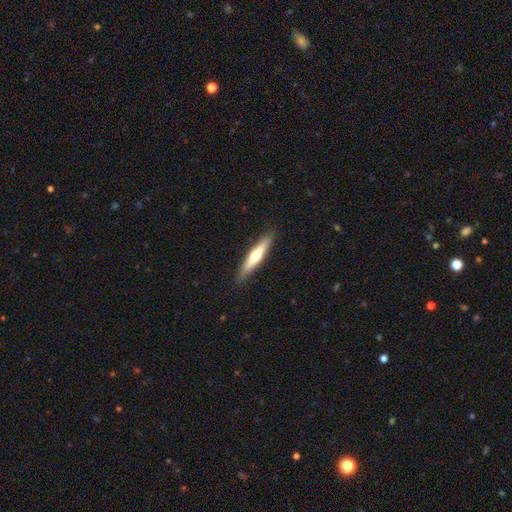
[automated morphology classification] featured or disk 48%, smooth 47%, star or artifact 5%. Down the decision tree: merging — none (88%).